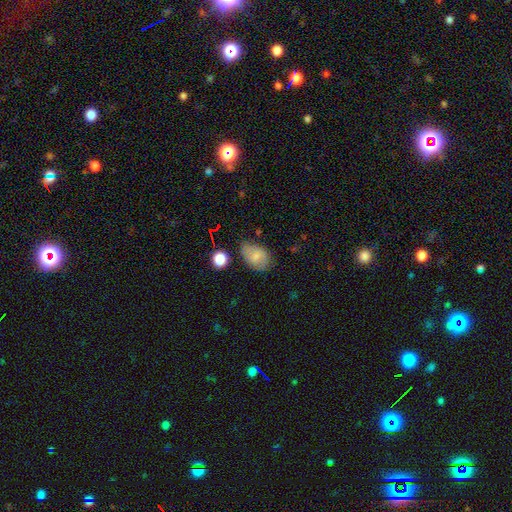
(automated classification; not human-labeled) Smooth or featured? smooth (73%)
How rounded? in between (86%)
Merging? none (66%)